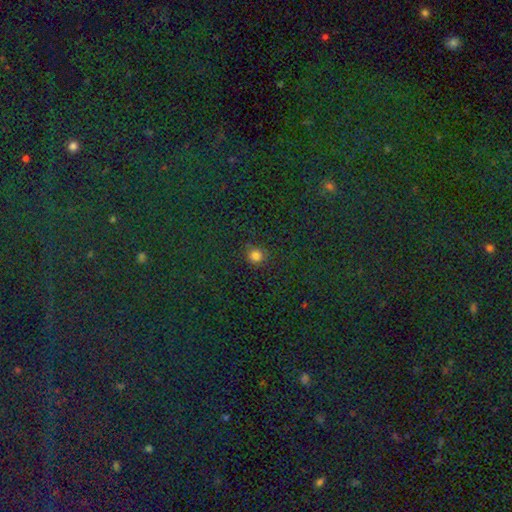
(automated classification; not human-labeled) A smooth galaxy with no disk features (78%) that is round (88%). Merging: none (86%).